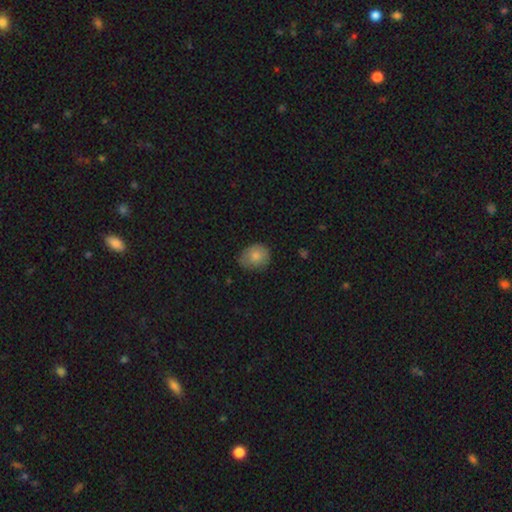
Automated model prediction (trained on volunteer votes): Overall: smooth (80%). How rounded: round (59%; in between 41%). Merging: none (63%; minor disturbance 29%).